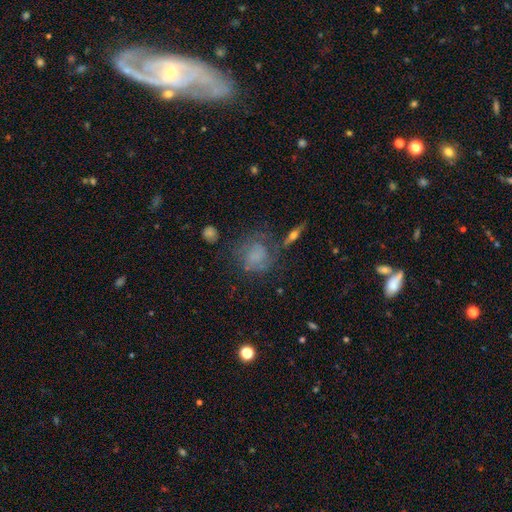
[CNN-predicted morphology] This is possibly a smooth galaxy (47%). Merging: possibly none (55%).